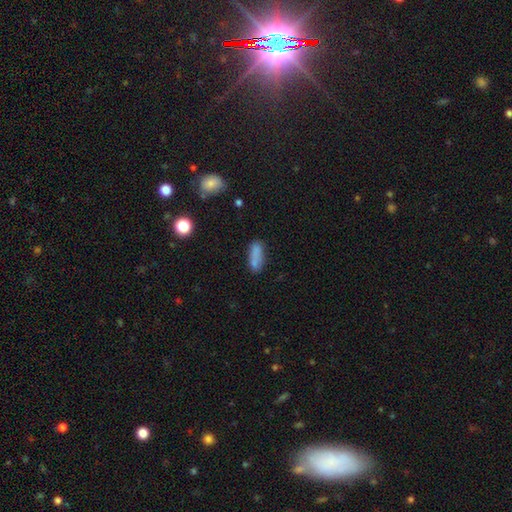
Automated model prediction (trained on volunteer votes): This appears to be a smooth galaxy with no disk features (78%) that is in between round and cigar-shaped (66%). Merging: none (60%).